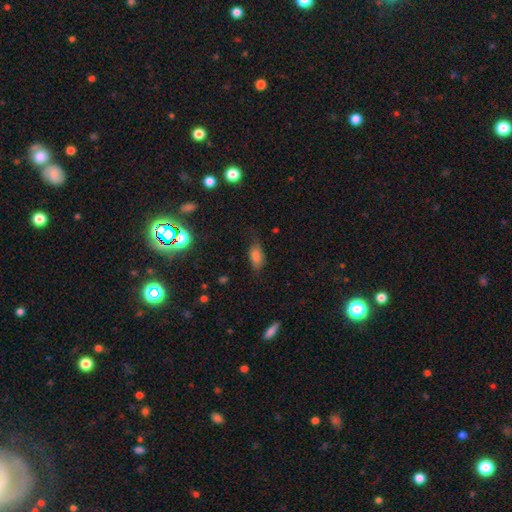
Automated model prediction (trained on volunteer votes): This appears to be a smooth galaxy with no disk features (77%) that is in between round and cigar-shaped (87%). Merging: none (66%).